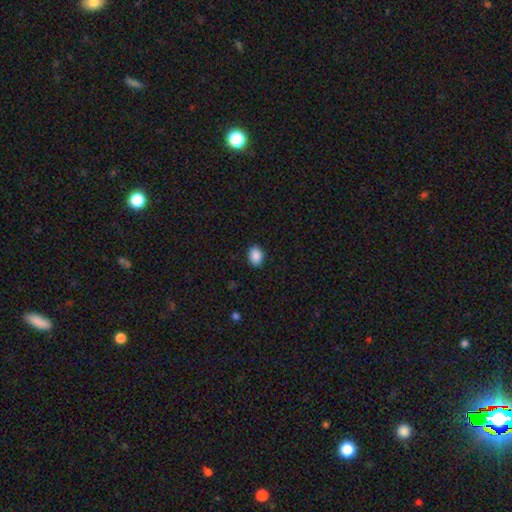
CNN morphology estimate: Smooth or featured?
  - smooth: 89% *
  - star or artifact: 8%
  - featured or disk: 3%
How rounded?
  - in between: 76% *
  - round: 23%
  - cigar-shaped: 1%
Merging?
  - none: 89% *
  - minor disturbance: 8%
  - major disturbance: 2%
  - merger: 1%